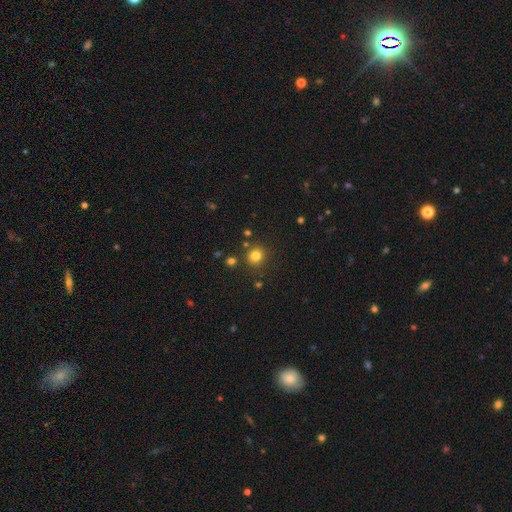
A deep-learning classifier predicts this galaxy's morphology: smooth-or-featured: smooth: 80% | star or artifact: 15% | featured or disk: 6%
  how-rounded: round: 90% | in between: 9% | cigar-shaped: 1%
  merging: none: 85% | minor disturbance: 8% | merger: 4% | major disturbance: 3%